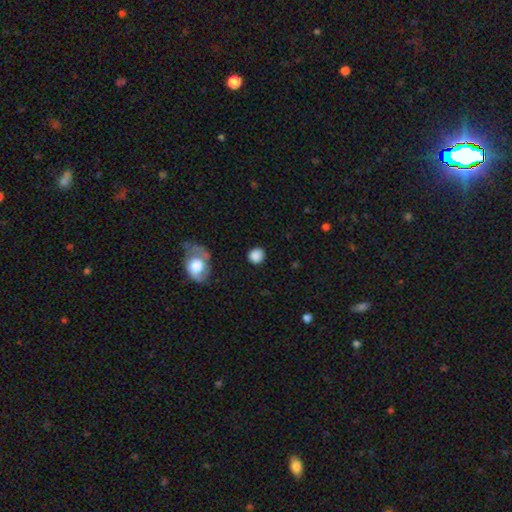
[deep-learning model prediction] Smooth or featured? Predicted: smooth (p=0.86). How rounded? Predicted: round (p=0.87). Merging? Predicted: none (p=0.86).